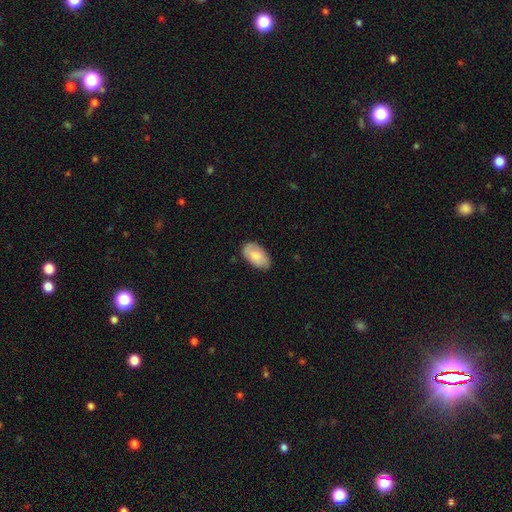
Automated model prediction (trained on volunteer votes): Smooth or featured? Predicted: smooth (p=0.76). How rounded? Predicted: in between (p=0.94). Merging? Predicted: none (p=0.79).